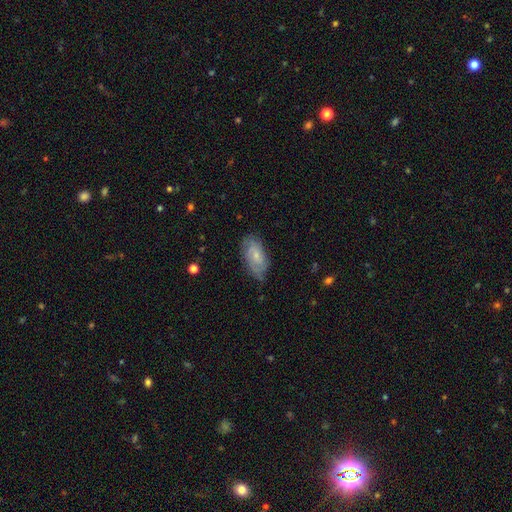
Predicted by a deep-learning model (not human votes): Smooth or featured? Predicted: featured or disk (p=0.49). Merging? Predicted: none (p=0.66).